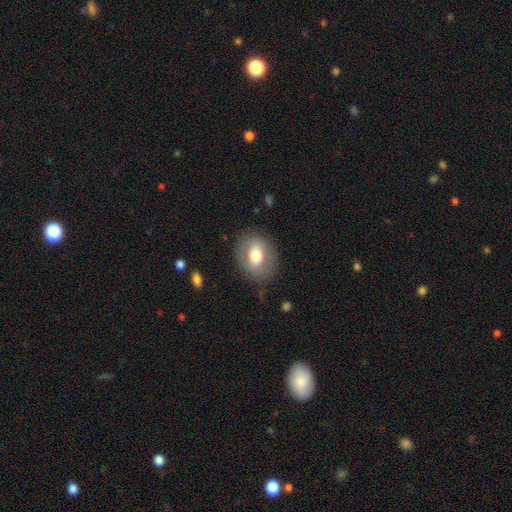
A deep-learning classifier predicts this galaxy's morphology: This is likely a smooth galaxy (61%). How rounded: likely in between (62%). Merging: likely none (77%).